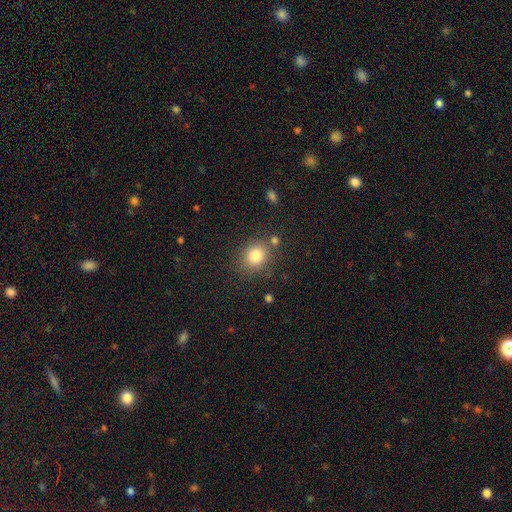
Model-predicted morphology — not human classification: Smooth or featured: smooth — 82% (star or artifact — 11%)
How rounded: round — 68% (in between — 31%)
Merging: none — 76% (minor disturbance — 12%)